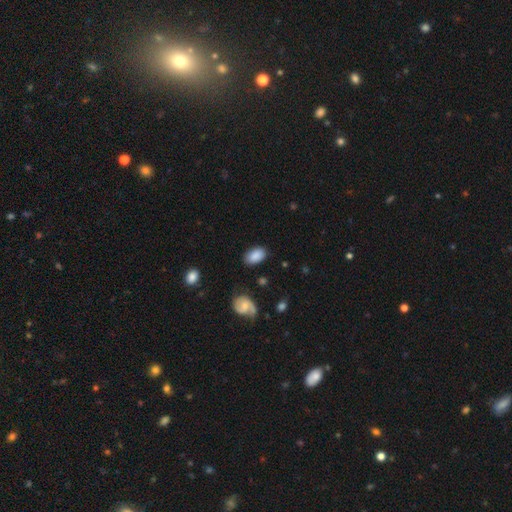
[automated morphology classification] Smooth or featured: smooth — 84% (featured or disk — 9%)
How rounded: in between — 91% (round — 7%)
Merging: none — 80% (minor disturbance — 14%)